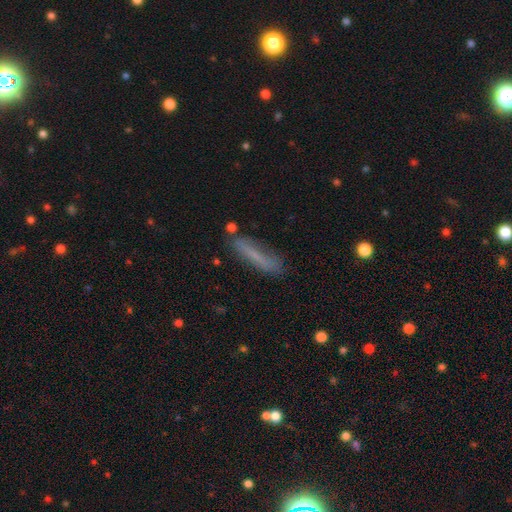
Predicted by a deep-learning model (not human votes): Overall: smooth (67%). How rounded: cigar-shaped (83%). Merging: none (72%).